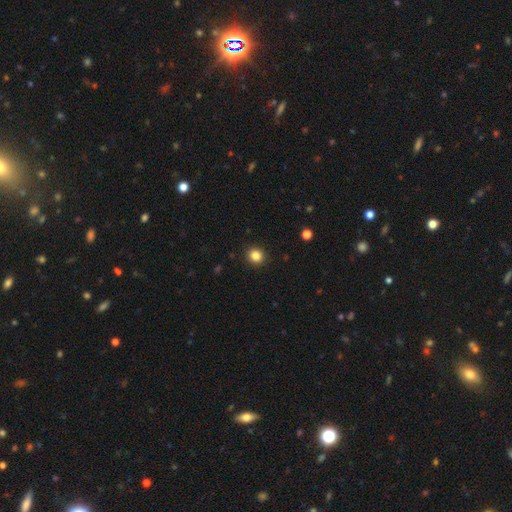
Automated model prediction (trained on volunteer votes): Smooth or featured: smooth — 84% (star or artifact — 11%)
How rounded: round — 89% (in between — 10%)
Merging: none — 92% (minor disturbance — 5%)